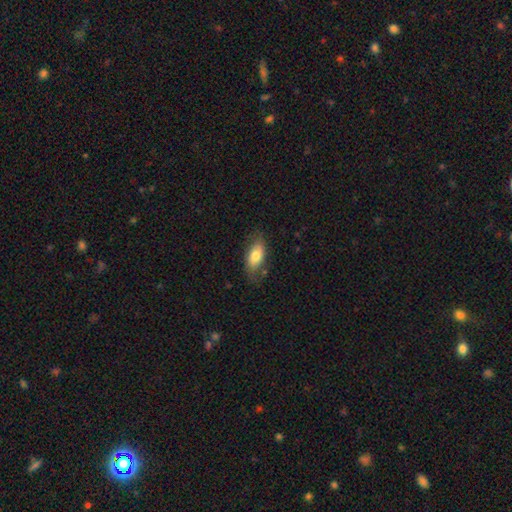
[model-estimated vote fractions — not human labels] Morphology: type=smooth (72%); roundness=in between (87%); merging=none (68%).